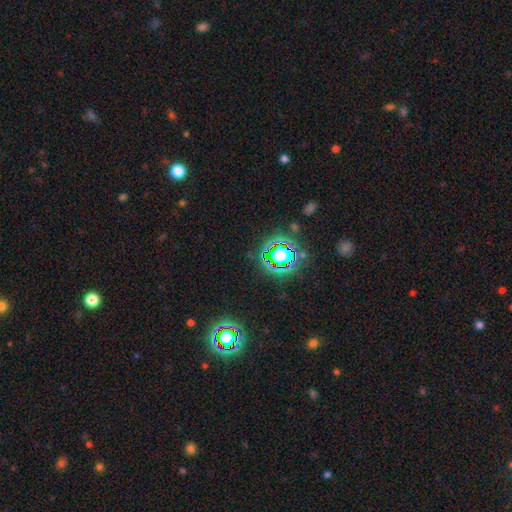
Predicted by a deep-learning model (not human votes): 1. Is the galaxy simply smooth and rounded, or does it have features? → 79% star or artifact, 13% smooth, 8% featured or disk.